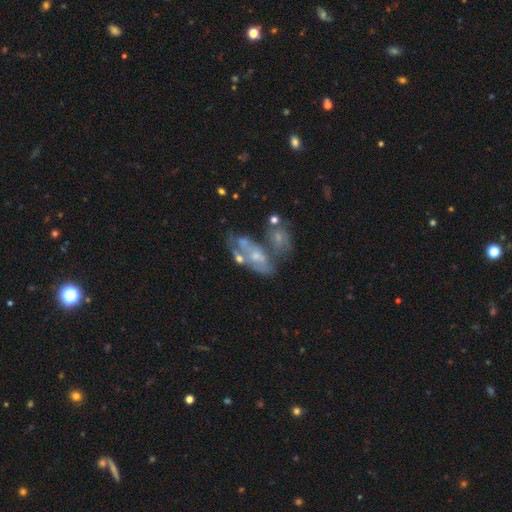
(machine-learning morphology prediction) This appears to be a featured or disk galaxy (62%) with no bar (80%), no spiral arms (63%) and a small central bulge (51%). Merging: merger (45%).